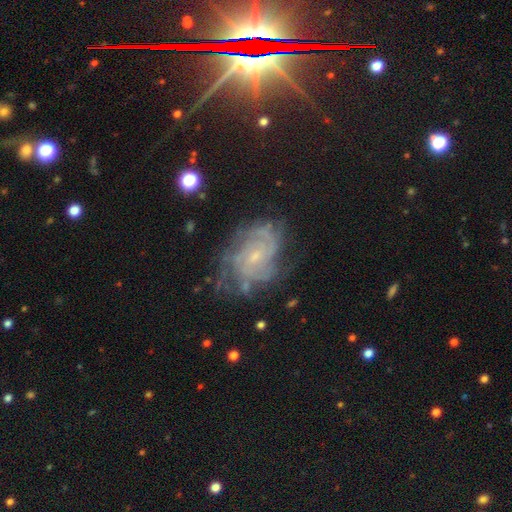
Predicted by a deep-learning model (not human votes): smooth-or-featured: featured or disk: 79% | star or artifact: 11% | smooth: 10%
  disk-edge-on: no: 97% | yes: 3%
    bar: no: 65% | weak: 30% | strong: 5%
    has-spiral-arms: yes: 93% | no: 7%
      spiral-winding: tight: 59% | medium: 32% | loose: 9%
      spiral-arm-count: can't tell: 40% | 2: 18% | 3: 16% | 4: 13% | more than 4: 7% | 1: 6%
    bulge-size: small: 74% | moderate: 18% | none: 5% | large: 1% | dominant: 1%
  merging: none: 66% | minor disturbance: 21% | major disturbance: 11% | merger: 2%